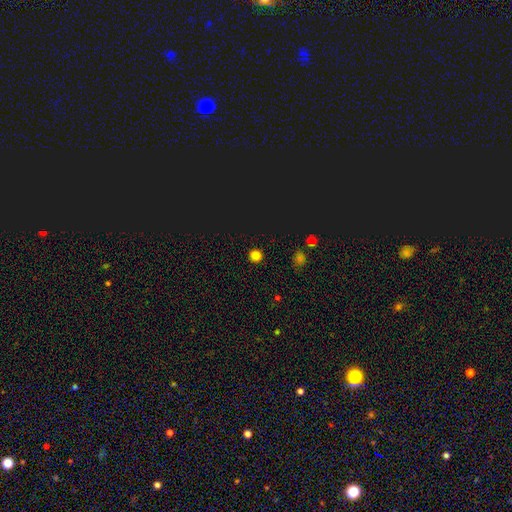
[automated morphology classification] Smooth or featured: smooth — 79% (star or artifact — 17%)
How rounded: round — 93% (in between — 6%)
Merging: none — 92% (minor disturbance — 5%)